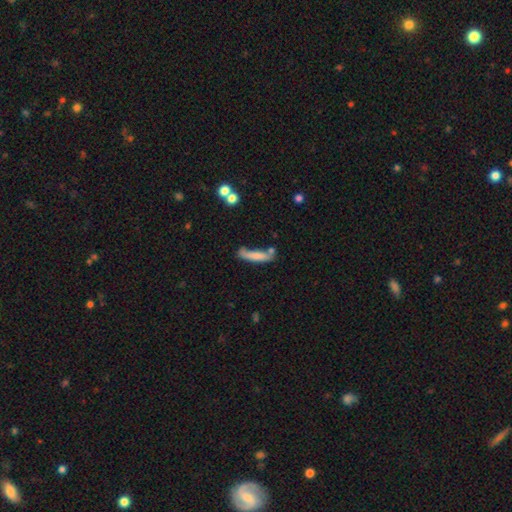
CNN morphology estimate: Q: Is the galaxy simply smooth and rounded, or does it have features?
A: smooth — 73%.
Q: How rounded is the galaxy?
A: cigar-shaped — 82%.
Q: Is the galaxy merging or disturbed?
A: none — 51%.